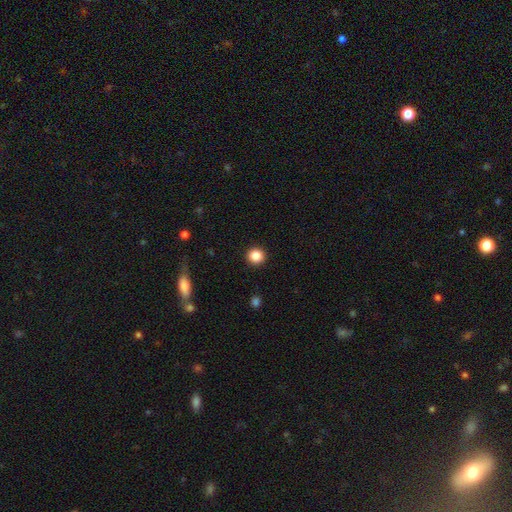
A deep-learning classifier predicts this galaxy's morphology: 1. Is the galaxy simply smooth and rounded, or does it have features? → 86% smooth, 10% star or artifact, 4% featured or disk.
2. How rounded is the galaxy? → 92% round, 7% in between, 1% cigar-shaped.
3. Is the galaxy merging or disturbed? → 92% none, 5% minor disturbance, 2% major disturbance, 1% merger.